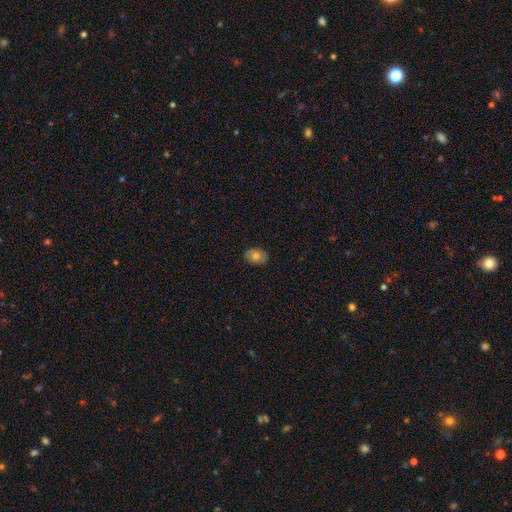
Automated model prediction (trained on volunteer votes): Q: Smooth or featured?
A: smooth (75%); runner-up: featured or disk (16%)
Q: How rounded?
A: in between (71%); runner-up: round (28%)
Q: Merging?
A: none (84%); runner-up: minor disturbance (13%)